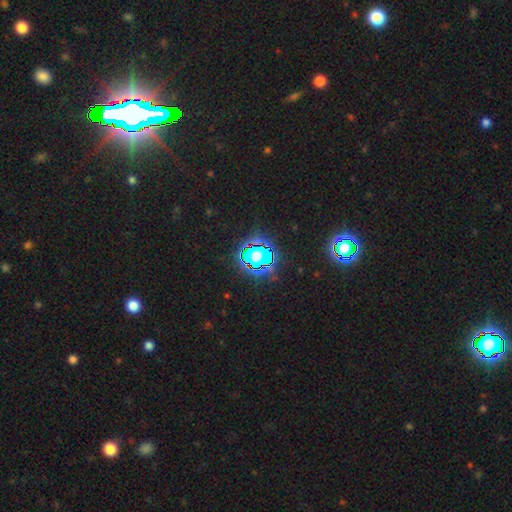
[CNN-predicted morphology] This is likely a star or artifact rather than a galaxy (64%).